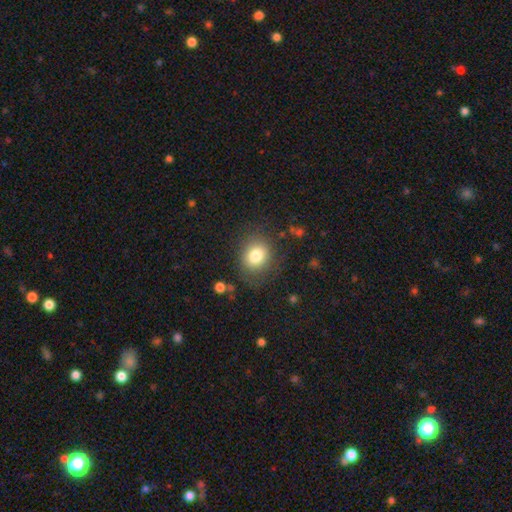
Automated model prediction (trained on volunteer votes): Smooth or featured? smooth (80%)
How rounded? round (68%)
Merging? none (78%)